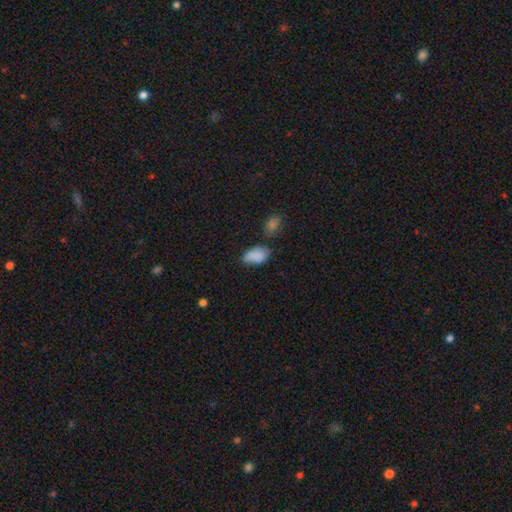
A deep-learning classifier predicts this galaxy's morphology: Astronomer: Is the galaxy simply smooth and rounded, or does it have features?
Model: smooth — 82%.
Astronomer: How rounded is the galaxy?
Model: in between — 91%.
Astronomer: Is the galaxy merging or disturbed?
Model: none — 43% (runner-up: minor disturbance, 35%).